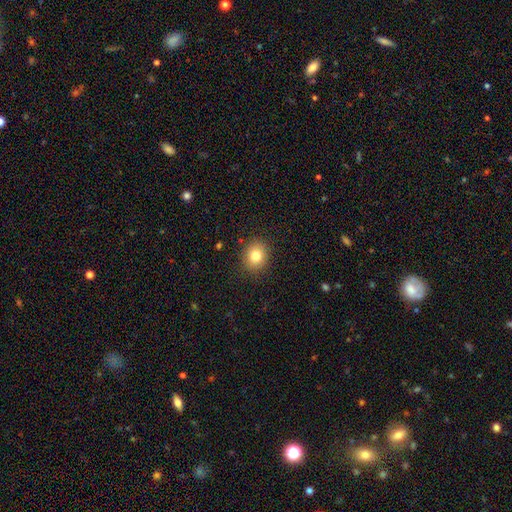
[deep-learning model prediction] This appears to be a smooth galaxy with no disk features (81%) that is round (68%). Merging: none (89%).